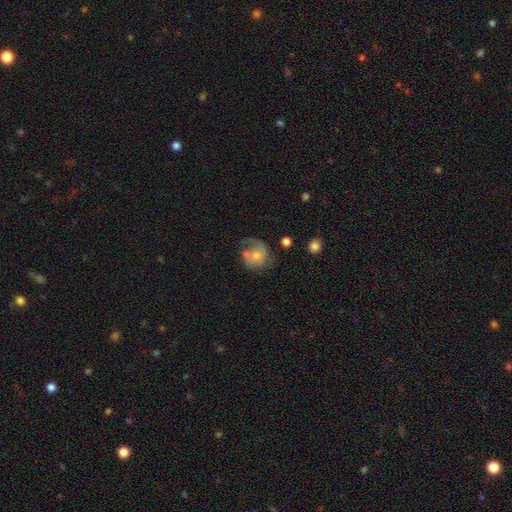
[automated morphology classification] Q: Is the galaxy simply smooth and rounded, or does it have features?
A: featured or disk — 61%.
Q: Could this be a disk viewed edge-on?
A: no — 98%.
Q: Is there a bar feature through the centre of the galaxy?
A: no — 75%.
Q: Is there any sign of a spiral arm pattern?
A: yes — 82%.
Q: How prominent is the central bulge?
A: moderate — 54%.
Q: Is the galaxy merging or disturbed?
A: none — 41%.